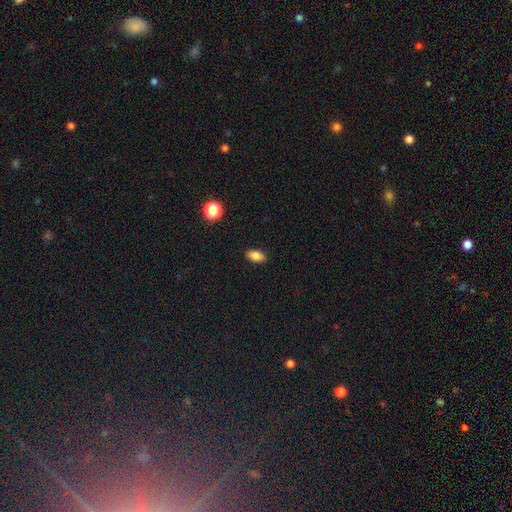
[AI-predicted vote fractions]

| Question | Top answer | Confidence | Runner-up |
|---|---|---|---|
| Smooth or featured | smooth | 84% | star or artifact (10%) |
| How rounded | in between | 90% | round (6%) |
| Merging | none | 89% | minor disturbance (8%) |